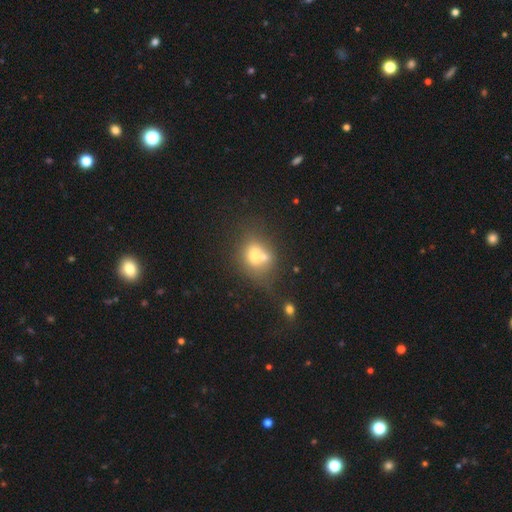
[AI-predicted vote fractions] Smooth or featured? smooth (63%)
How rounded? round (55%)
Merging? merger (51%)